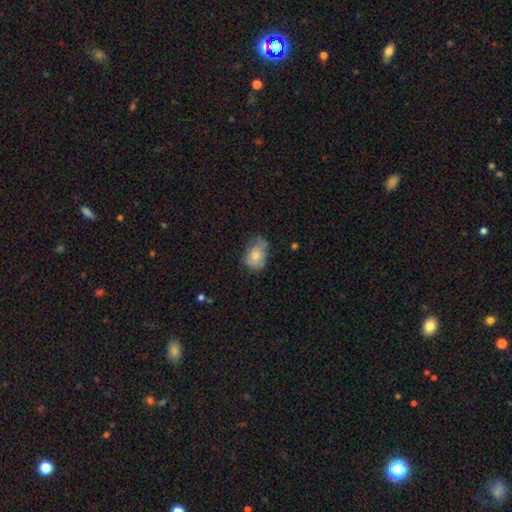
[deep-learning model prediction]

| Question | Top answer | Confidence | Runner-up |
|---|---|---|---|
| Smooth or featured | smooth | 72% | featured or disk (20%) |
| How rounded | in between | 77% | round (22%) |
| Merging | none | 42% | minor disturbance (40%) |